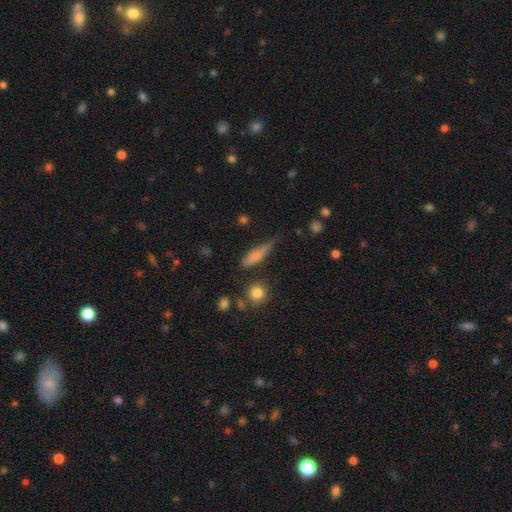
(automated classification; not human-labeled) A smooth galaxy with no disk features (74%) that is cigar-shaped (71%). Merging: none (58%).